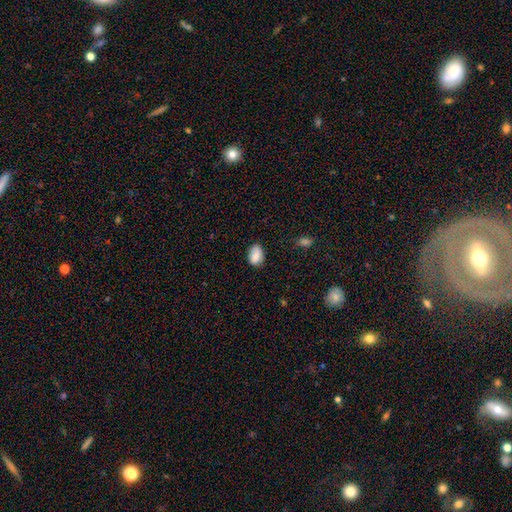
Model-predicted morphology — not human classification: type=smooth (84%); roundness=in between (88%); merging=none (75%).